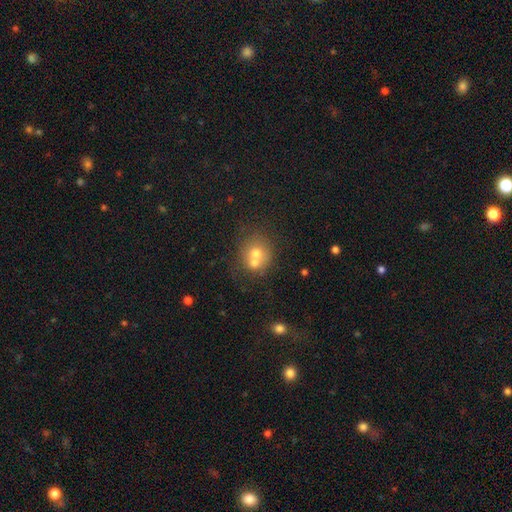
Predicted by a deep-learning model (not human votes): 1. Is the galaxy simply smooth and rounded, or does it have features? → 65% smooth, 24% featured or disk, 12% star or artifact.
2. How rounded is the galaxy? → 81% round, 19% in between, 1% cigar-shaped.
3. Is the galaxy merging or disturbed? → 51% merger, 37% none, 8% minor disturbance, 4% major disturbance.